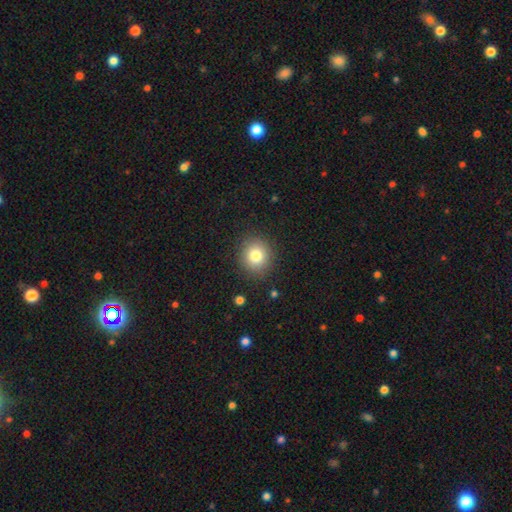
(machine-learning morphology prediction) A smooth galaxy with no disk features (80%) that is round (86%). Merging: none (88%).